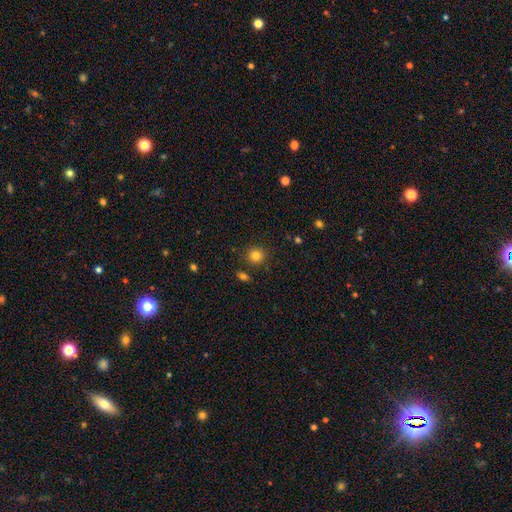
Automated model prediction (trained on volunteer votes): Smooth or featured? Predicted: smooth (p=0.83). How rounded? Predicted: round (p=0.88). Merging? Predicted: none (p=0.85).